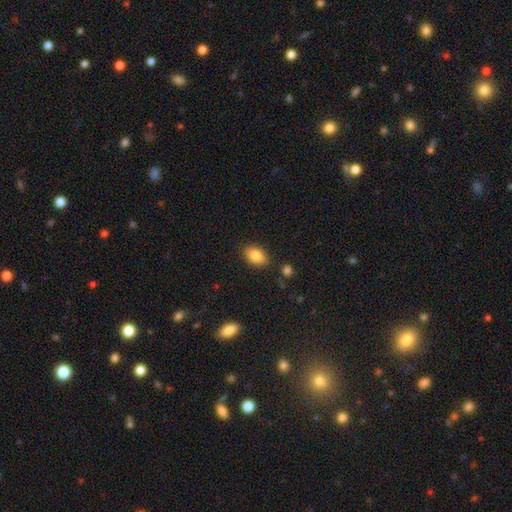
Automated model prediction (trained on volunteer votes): smooth-or-featured: smooth: 85% | star or artifact: 8% | featured or disk: 7%
  how-rounded: in between: 82% | round: 16% | cigar-shaped: 2%
  merging: none: 84% | minor disturbance: 10% | merger: 3% | major disturbance: 2%